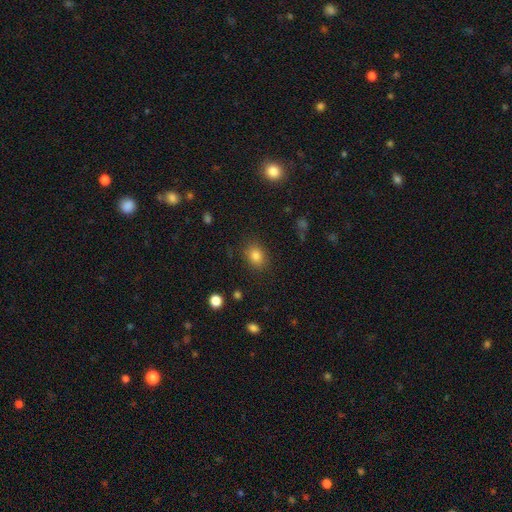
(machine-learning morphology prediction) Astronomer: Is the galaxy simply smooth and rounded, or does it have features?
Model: smooth — 83%.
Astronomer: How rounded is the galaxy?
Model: in between — 53% (runner-up: round, 46%).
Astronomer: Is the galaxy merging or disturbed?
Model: none — 84%.